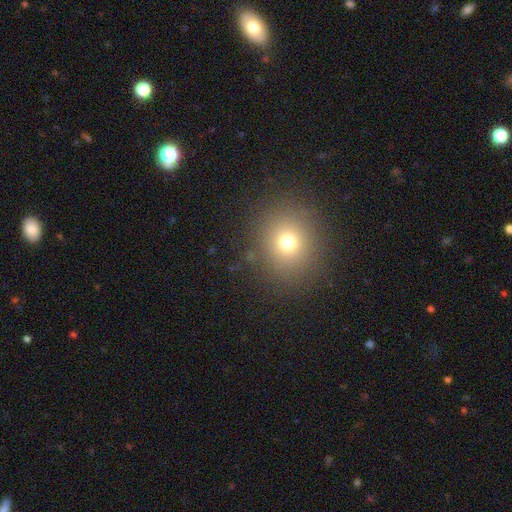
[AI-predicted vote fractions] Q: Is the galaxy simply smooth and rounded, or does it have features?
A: smooth — 69%.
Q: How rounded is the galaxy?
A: round — 84%.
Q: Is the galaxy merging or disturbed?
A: none — 89%.